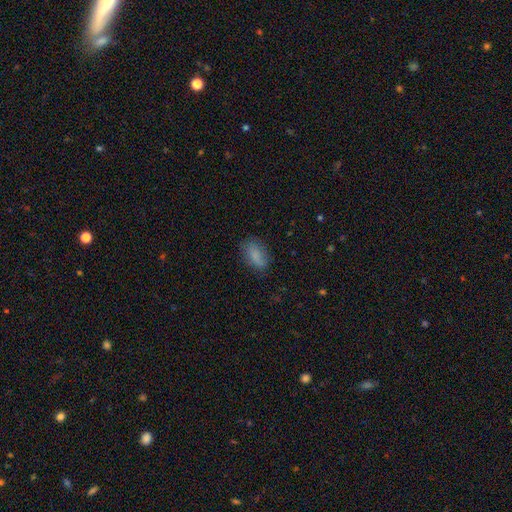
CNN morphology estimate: smooth_or_featured: smooth (p=0.83) [alt: featured or disk p=0.09]
how_rounded: in between (p=0.89) [alt: cigar-shaped p=0.06]
merging: none (p=0.76) [alt: minor disturbance p=0.18]